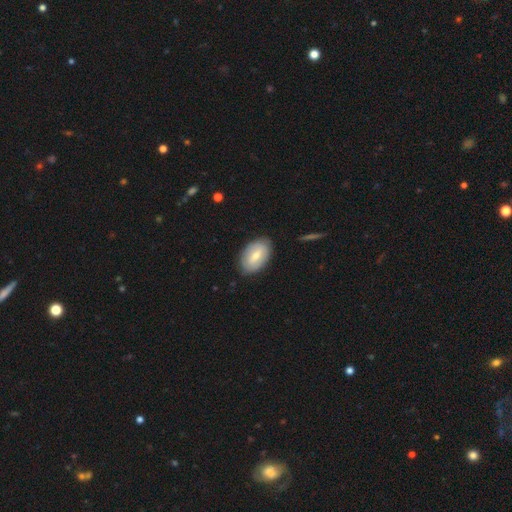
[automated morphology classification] A smooth galaxy with no disk features (60%) that is in between round and cigar-shaped (92%).

Vote fractions:
- Smooth or featured? smooth: 60% / featured or disk: 34% / star or artifact: 6%
- How rounded? in between: 92% / round: 6% / cigar-shaped: 2%
- Merging? none: 84% / minor disturbance: 12% / major disturbance: 3% / merger: 1%